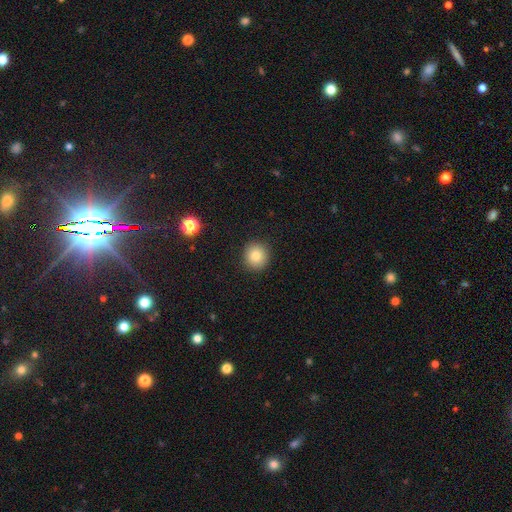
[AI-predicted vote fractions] Smooth or featured? smooth (81%)
How rounded? round (91%)
Merging? none (91%)